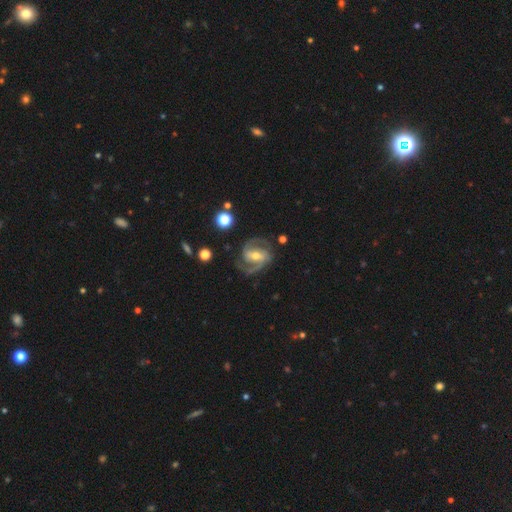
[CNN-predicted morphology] type=featured or disk (92%); edge-on=no (98%); bar=strong (41%); spiral arms=yes (98%); winding=medium (57%); arm count=2 (85%); bulge=moderate (58%); merging=none (77%).